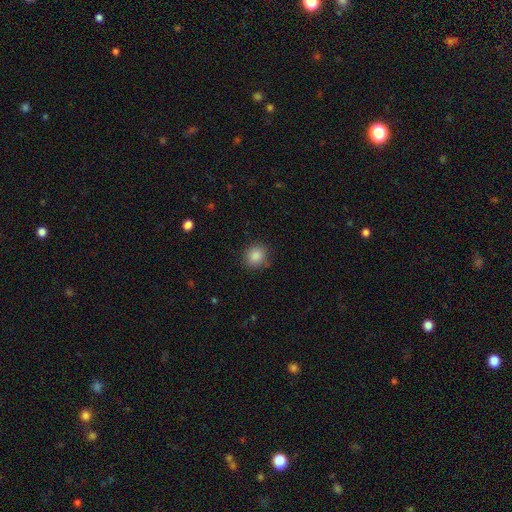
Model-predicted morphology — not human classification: A smooth galaxy with no disk features (87%) that is round (82%). Merging: none (84%).